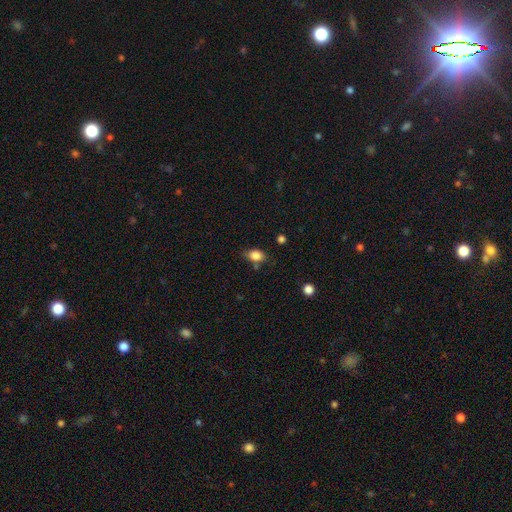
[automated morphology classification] The model was most divided on "merging": none: 68%, minor disturbance: 21%, merger: 6%, major disturbance: 5%. More confident: smooth or featured — smooth (84%); how rounded — in between (79%).